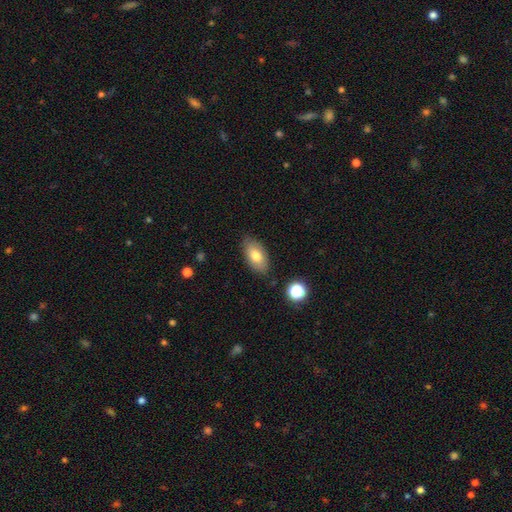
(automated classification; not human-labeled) Smooth or featured: smooth — 77% (featured or disk — 16%)
How rounded: in between — 92% (round — 4%)
Merging: none — 82% (minor disturbance — 13%)